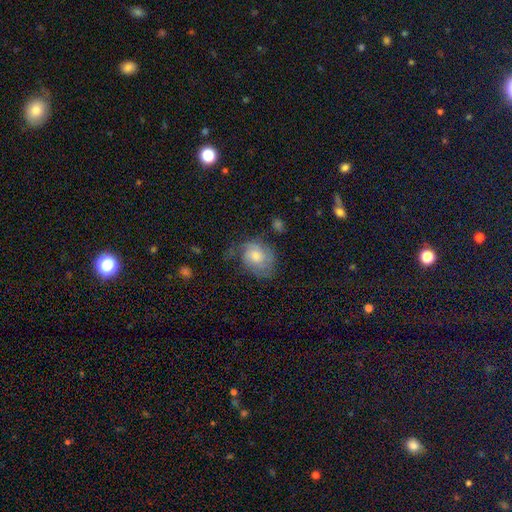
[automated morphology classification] The model was most divided on "smooth or featured": featured or disk: 50%, smooth: 41%, star or artifact: 9%. More confident: edge-on disk — no (97%); merging — none (54%).